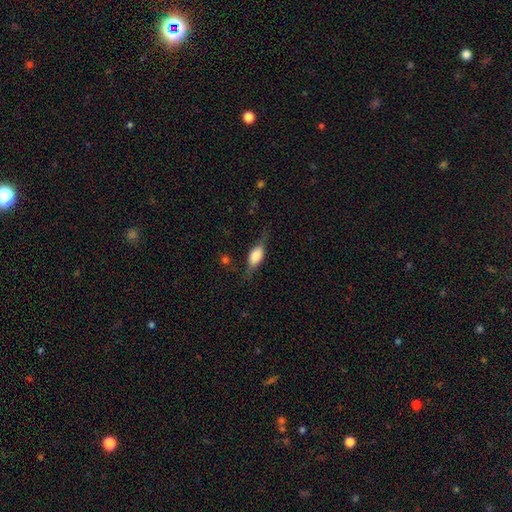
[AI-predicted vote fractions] The model was most divided on "smooth or featured": smooth: 54%, featured or disk: 38%, star or artifact: 8%. More confident: how rounded — in between (75%); merging — none (64%).